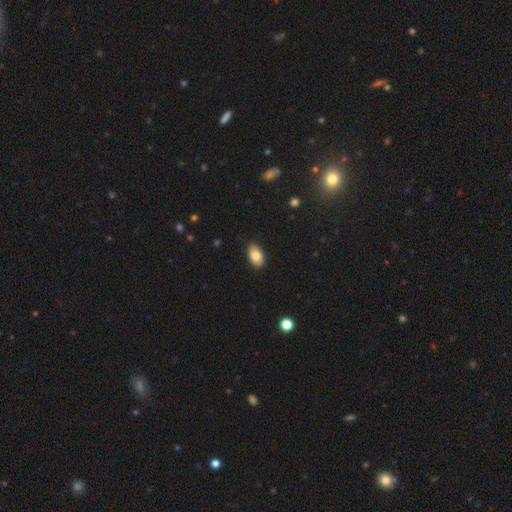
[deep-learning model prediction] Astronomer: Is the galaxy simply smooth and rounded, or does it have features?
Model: smooth — 83%.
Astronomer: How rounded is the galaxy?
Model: in between — 93%.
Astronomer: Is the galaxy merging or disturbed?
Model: none — 88%.